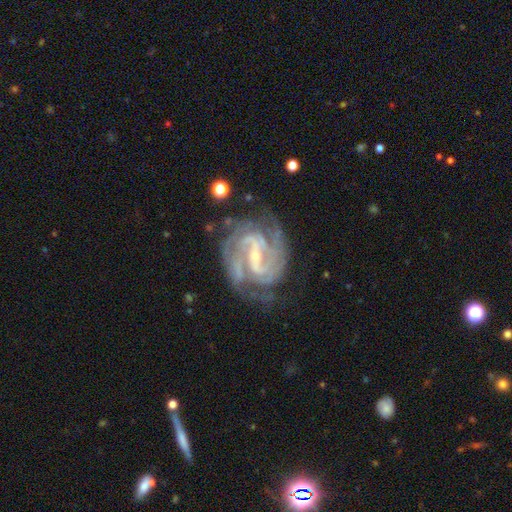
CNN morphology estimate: Smooth or featured?
  - featured or disk: 92% *
  - star or artifact: 5%
  - smooth: 3%
Edge-on disk?
  - no: 97% *
  - yes: 3%
Bar?
  - strong: 51% *
  - weak: 37%
  - no: 12%
Spiral arms?
  - yes: 98% *
  - no: 2%
Spiral winding?
  - tight: 54% *
  - medium: 40%
  - loose: 6%
Spiral arm count?
  - 2: 50% *
  - 3: 19%
  - can't tell: 12%
  - 4: 9%
  - more than 4: 5%
  - 1: 5%
Bulge size?
  - small: 73% *
  - moderate: 22%
  - none: 3%
  - large: 1%
  - dominant: 1%
Merging?
  - none: 71% *
  - minor disturbance: 18%
  - major disturbance: 9%
  - merger: 2%